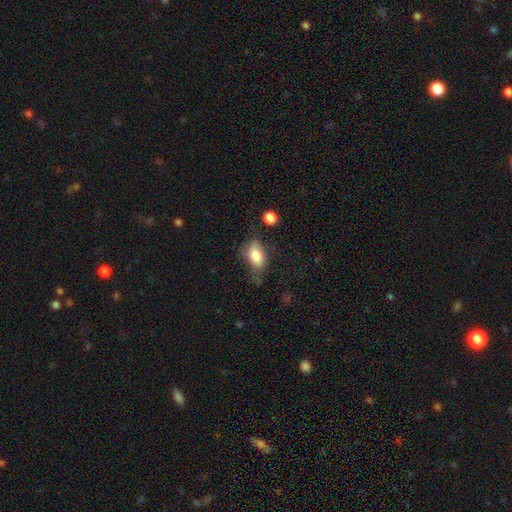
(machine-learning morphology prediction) This appears to be a smooth galaxy with no disk features (77%) that is in between round and cigar-shaped (86%). Merging: none (46%).